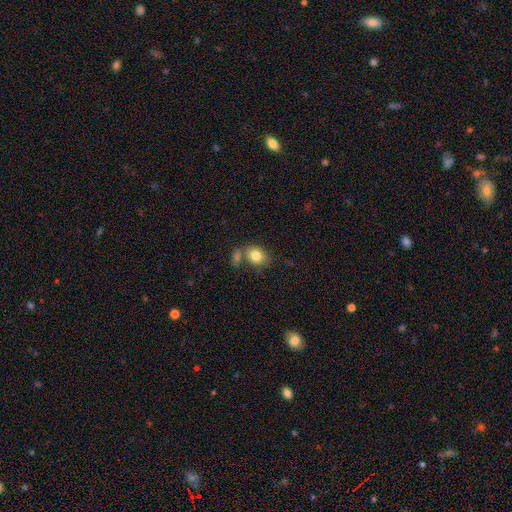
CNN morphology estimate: Overall: smooth (82%). How rounded: in between (57%; round 42%). Merging: none (56%; merger 25%).